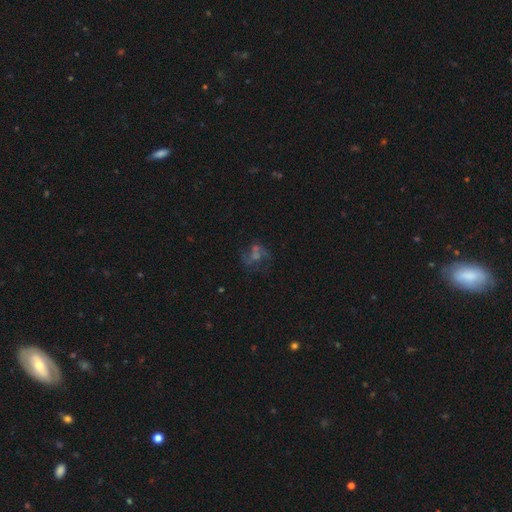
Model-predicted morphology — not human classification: Q: Smooth or featured?
A: featured or disk (50%); runner-up: star or artifact (29%)
Q: Merging?
A: none (53%); runner-up: major disturbance (22%)